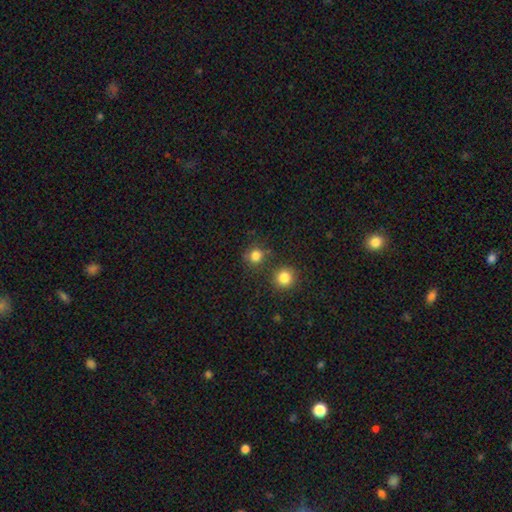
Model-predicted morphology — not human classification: This appears to be a smooth galaxy with no disk features (81%) that is round (86%). Merging: none (72%).